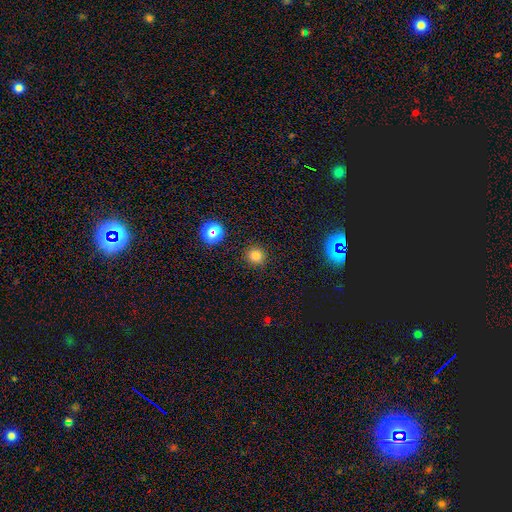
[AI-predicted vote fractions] Smooth or featured? smooth (79%)
How rounded? round (93%)
Merging? none (91%)